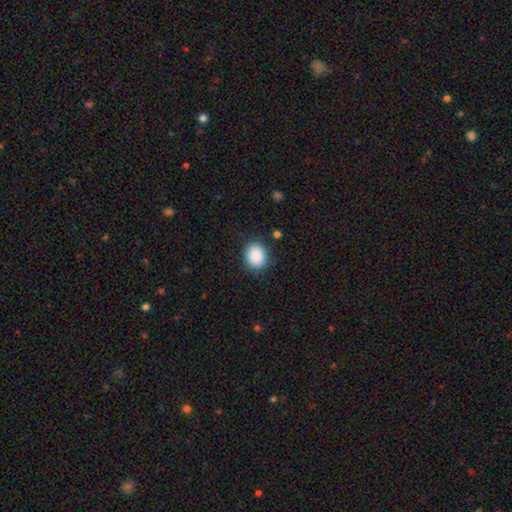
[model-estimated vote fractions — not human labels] A smooth galaxy with no disk features (89%) that is round (65%). Merging: none (87%).